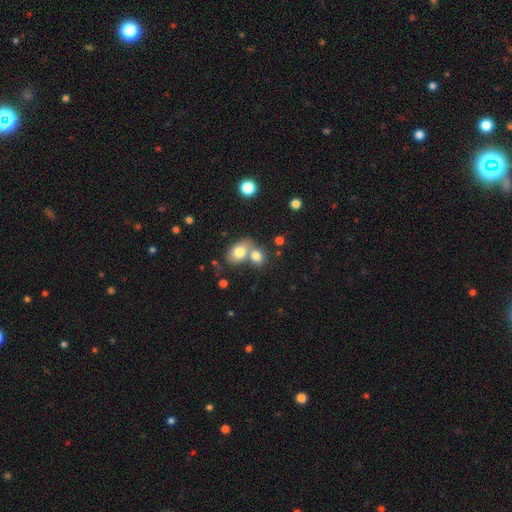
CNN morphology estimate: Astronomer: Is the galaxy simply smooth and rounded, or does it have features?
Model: smooth — 78%.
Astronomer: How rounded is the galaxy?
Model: in between — 61% (runner-up: round, 38%).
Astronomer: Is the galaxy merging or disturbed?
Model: merger — 55% (runner-up: none, 33%).